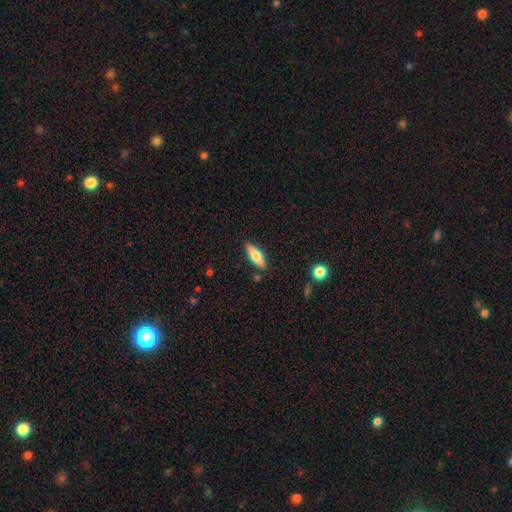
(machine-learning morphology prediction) type=smooth (58%); roundness=cigar-shaped (49%, tied with in between); merging=none (85%).